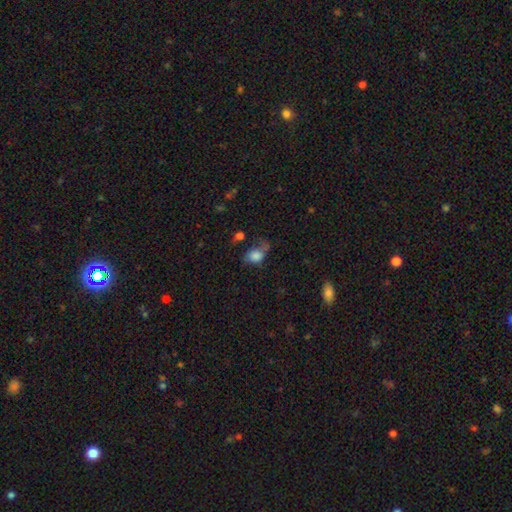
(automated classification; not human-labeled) Smooth or featured: smooth — 75% (featured or disk — 14%)
How rounded: in between — 59% (round — 40%)
Merging: none — 33% (major disturbance — 29%)